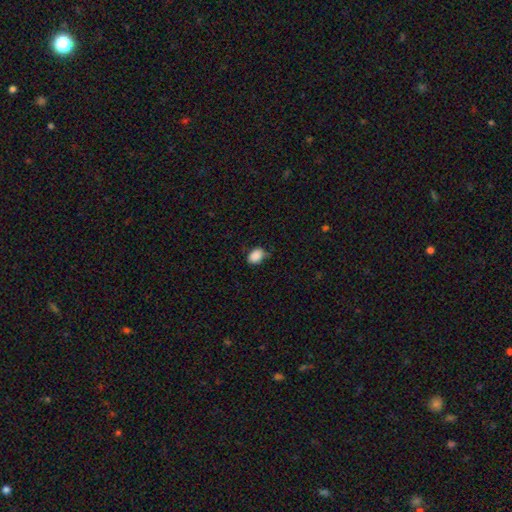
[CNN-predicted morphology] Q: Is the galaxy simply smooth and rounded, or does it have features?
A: smooth — 88%.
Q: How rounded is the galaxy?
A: in between — 79%.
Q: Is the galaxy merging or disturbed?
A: none — 70%.